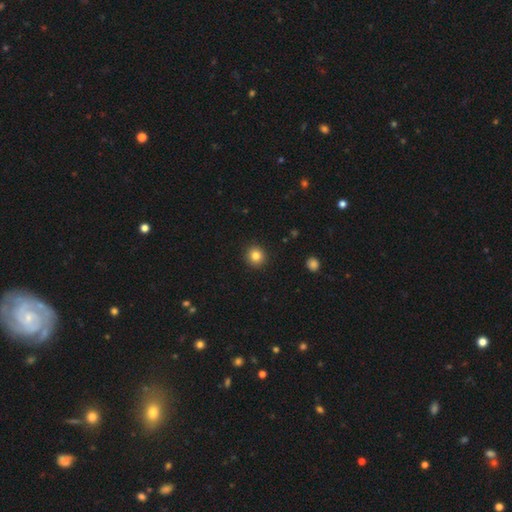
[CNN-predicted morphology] This appears to be a smooth galaxy with no disk features (83%) that is round (93%). Merging: none (92%).